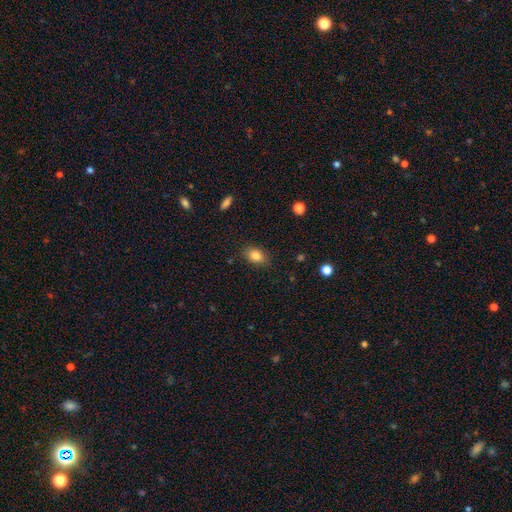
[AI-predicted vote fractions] A smooth galaxy with no disk features (84%) that is in between round and cigar-shaped (81%). Merging: none (83%).